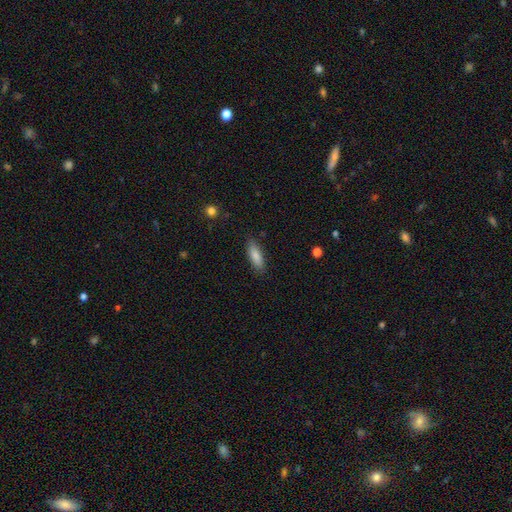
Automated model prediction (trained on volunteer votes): A smooth galaxy with no disk features (85%) that is in between round and cigar-shaped (57%). Merging: none (86%).